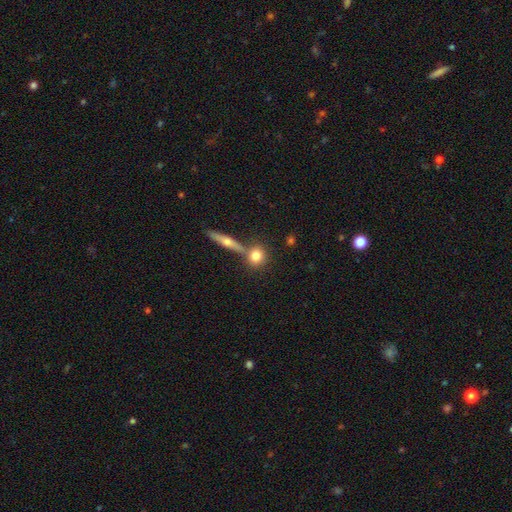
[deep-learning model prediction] smooth 75%, featured or disk 17%, star or artifact 9%. Down the decision tree: how rounded — round (79%); merging — none (64%).